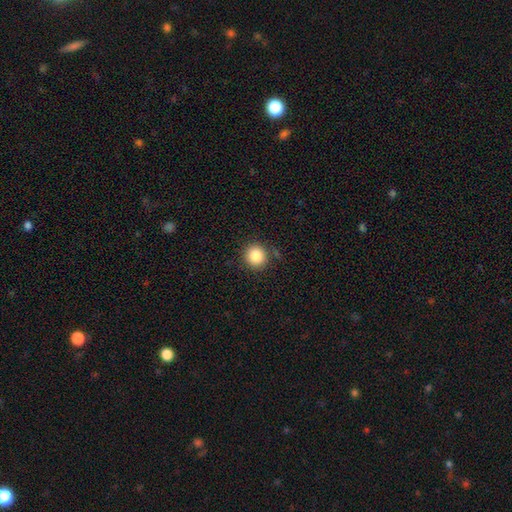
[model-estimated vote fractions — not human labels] Overall: smooth (86%). How rounded: round (93%). Merging: none (86%).